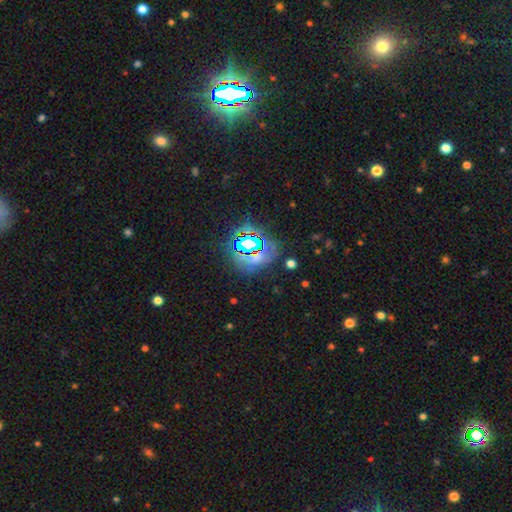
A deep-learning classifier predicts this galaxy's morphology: A star or artifact, not a galaxy (73%).